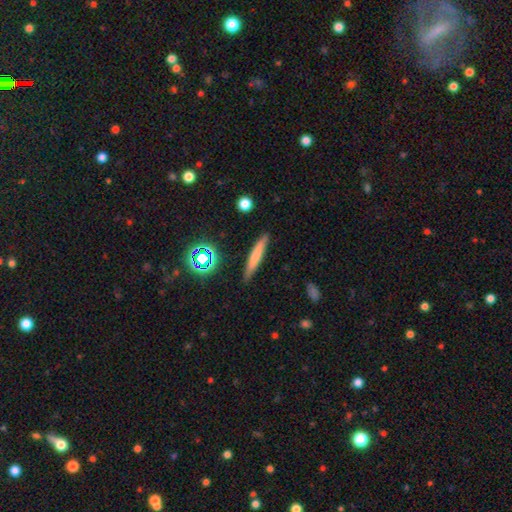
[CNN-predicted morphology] The model was most divided on "smooth or featured": smooth: 67%, featured or disk: 23%, star or artifact: 10%. More confident: how rounded — cigar-shaped (93%); merging — none (88%).